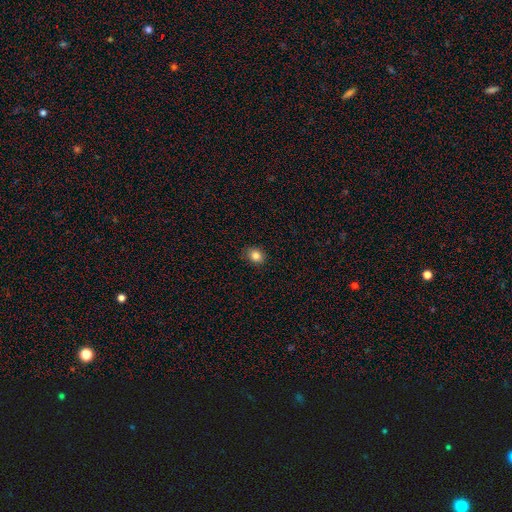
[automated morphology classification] smooth_or_featured: smooth (p=0.84) [alt: star or artifact p=0.10]
how_rounded: in between (p=0.55) [alt: round p=0.44]
merging: none (p=0.86) [alt: minor disturbance p=0.11]